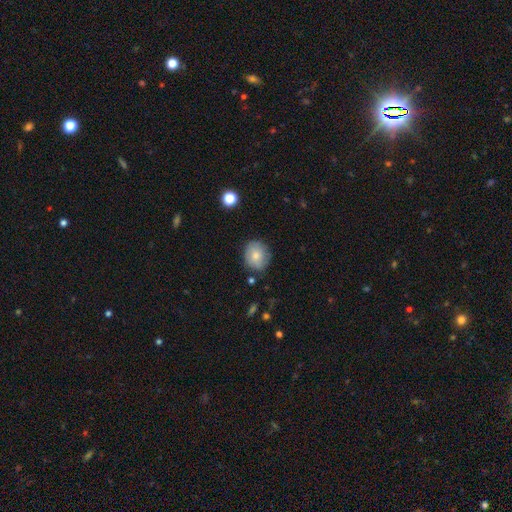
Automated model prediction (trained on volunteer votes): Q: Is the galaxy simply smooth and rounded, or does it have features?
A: smooth — 76%.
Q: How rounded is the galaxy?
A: round — 70%.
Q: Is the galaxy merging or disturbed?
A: none — 79%.